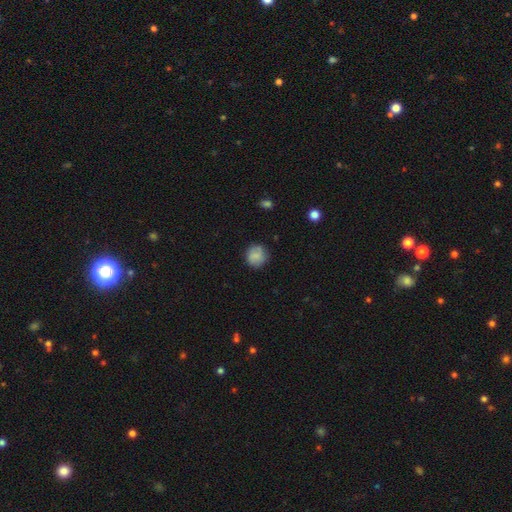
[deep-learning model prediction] Smooth or featured: smooth — 81% (featured or disk — 10%)
How rounded: round — 88% (in between — 11%)
Merging: none — 80% (minor disturbance — 14%)